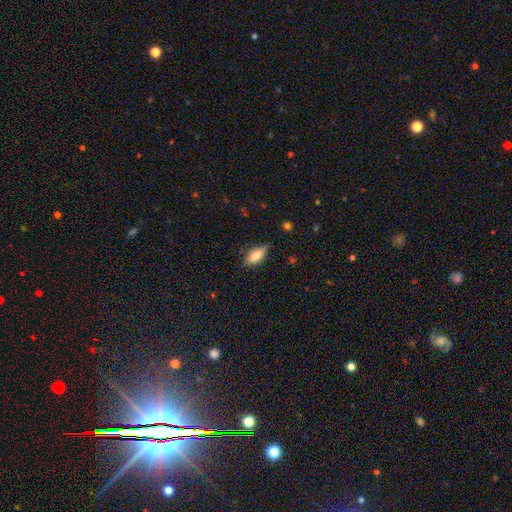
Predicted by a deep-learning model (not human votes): smooth-or-featured: smooth: 56% | featured or disk: 36% | star or artifact: 9%
  how-rounded: in between: 62% | cigar-shaped: 34% | round: 3%
  merging: none: 78% | minor disturbance: 17% | major disturbance: 4% | merger: 1%